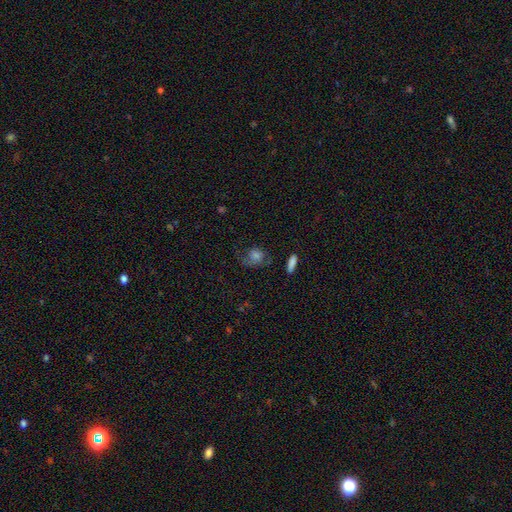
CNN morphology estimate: Smooth or featured?
  - smooth: 58% *
  - featured or disk: 28%
  - star or artifact: 14%
How rounded?
  - round: 55% *
  - in between: 43%
  - cigar-shaped: 3%
Merging?
  - none: 45% *
  - major disturbance: 28%
  - minor disturbance: 24%
  - merger: 4%